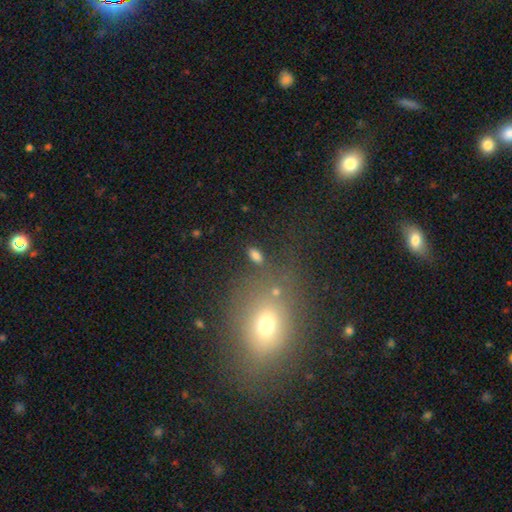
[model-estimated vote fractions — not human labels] A smooth galaxy with no disk features (80%) that is in between round and cigar-shaped (88%).

Vote fractions:
- Smooth or featured? smooth: 80% / star or artifact: 13% / featured or disk: 8%
- How rounded? in between: 88% / round: 7% / cigar-shaped: 5%
- Merging? none: 81% / minor disturbance: 10% / merger: 5% / major disturbance: 4%